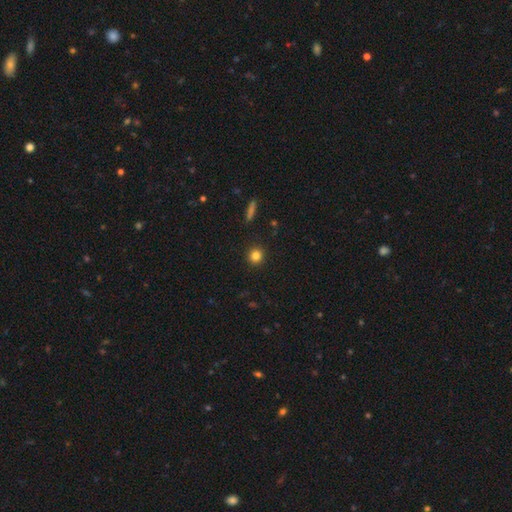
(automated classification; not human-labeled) This is clearly a smooth galaxy (83%). How rounded: clearly round (90%). Merging: clearly none (92%).